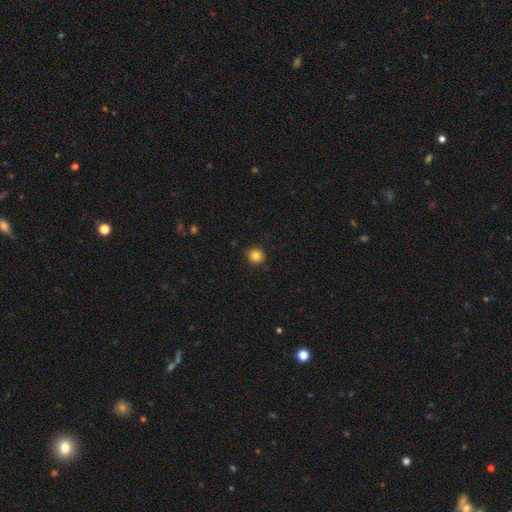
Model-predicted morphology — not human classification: Q: Smooth or featured?
A: smooth (84%); runner-up: star or artifact (11%)
Q: How rounded?
A: round (91%); runner-up: in between (8%)
Q: Merging?
A: none (90%); runner-up: minor disturbance (8%)